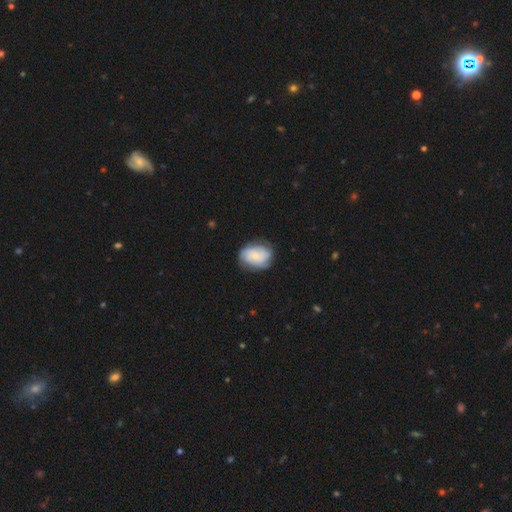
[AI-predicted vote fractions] Overall: smooth (46%, tied with featured or disk). Merging: none (71%).